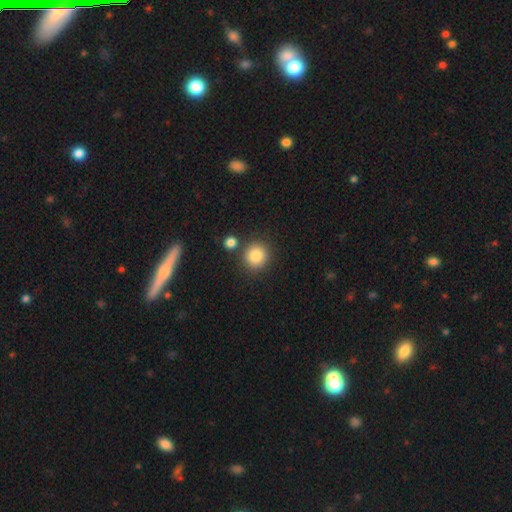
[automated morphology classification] A smooth galaxy with no disk features (84%) that is round (86%). Merging: none (79%).